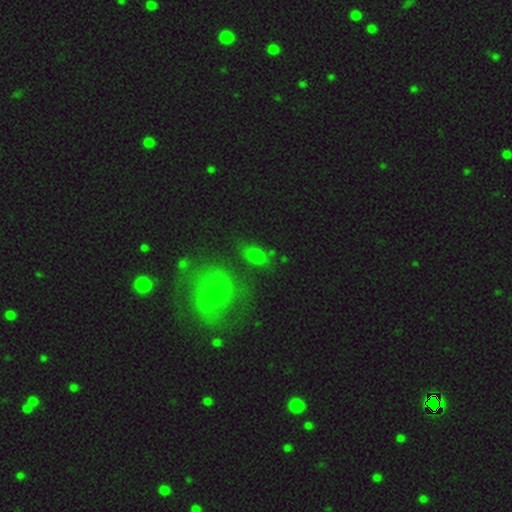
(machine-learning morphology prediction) This appears to be a smooth galaxy with no disk features (68%) that is in between round and cigar-shaped (79%). Merging: none (71%).